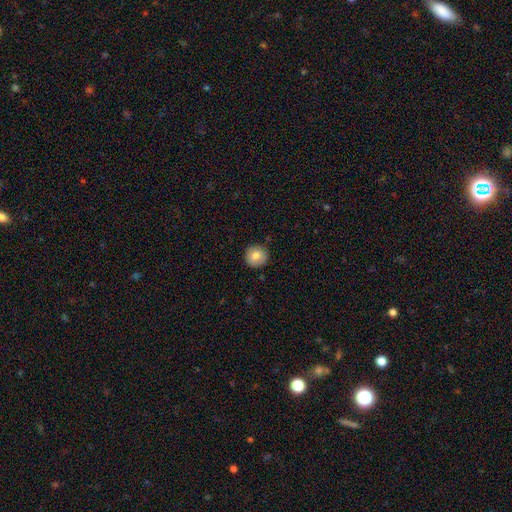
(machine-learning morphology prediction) smooth 80%, featured or disk 12%, star or artifact 8%. Down the decision tree: how rounded — round (93%); merging — none (90%).